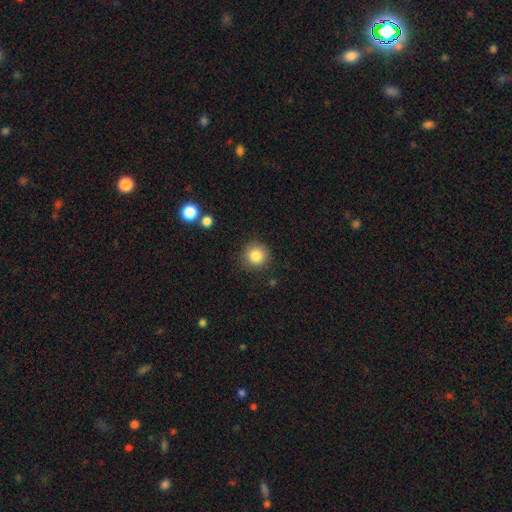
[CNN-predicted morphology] Q: Smooth or featured?
A: smooth (84%); runner-up: star or artifact (10%)
Q: How rounded?
A: round (93%); runner-up: in between (6%)
Q: Merging?
A: none (89%); runner-up: minor disturbance (7%)